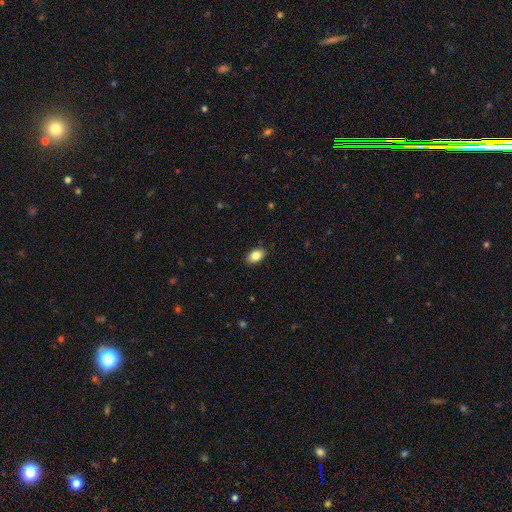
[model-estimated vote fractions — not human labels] Q: Smooth or featured?
A: smooth (84%); runner-up: featured or disk (8%)
Q: How rounded?
A: in between (88%); runner-up: round (10%)
Q: Merging?
A: none (89%); runner-up: minor disturbance (9%)